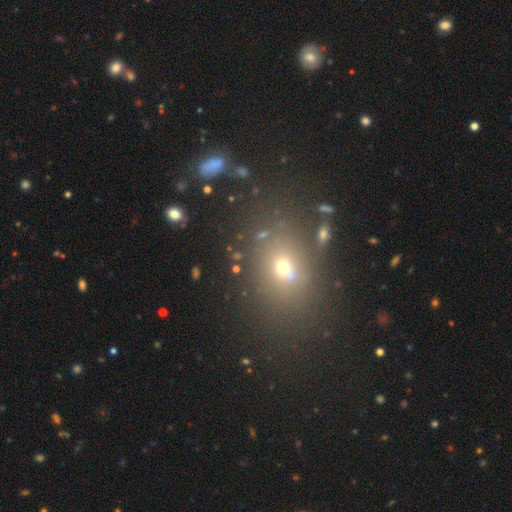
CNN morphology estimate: The model was most divided on "how rounded": in between: 55%, round: 43%, cigar-shaped: 2%. More confident: merging — none (83%); smooth or featured — smooth (56%).